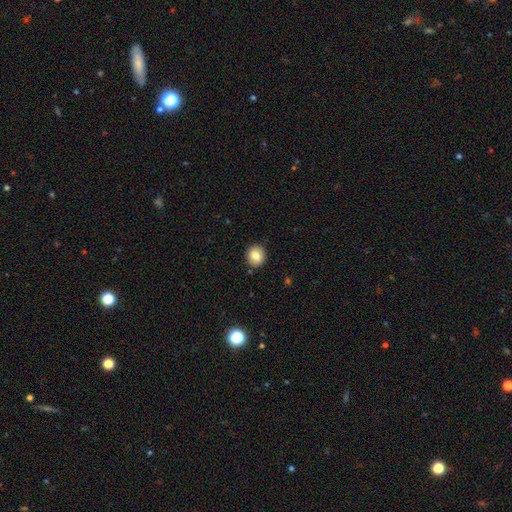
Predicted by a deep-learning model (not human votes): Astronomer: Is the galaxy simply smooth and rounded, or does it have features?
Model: smooth — 81%.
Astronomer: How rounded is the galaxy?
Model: round — 84%.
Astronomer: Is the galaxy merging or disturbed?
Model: none — 90%.